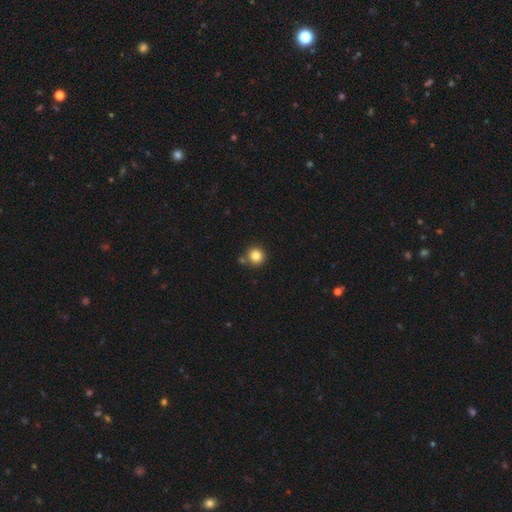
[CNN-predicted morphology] Smooth or featured? smooth (83%)
How rounded? round (94%)
Merging? none (78%)